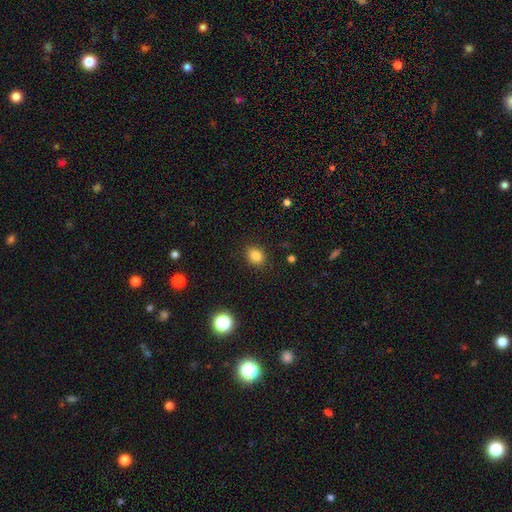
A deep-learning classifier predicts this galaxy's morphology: Overall: smooth (84%). How rounded: round (61%; in between 38%). Merging: none (90%).